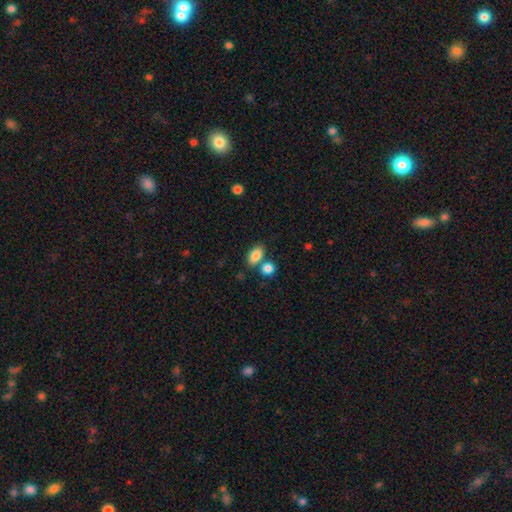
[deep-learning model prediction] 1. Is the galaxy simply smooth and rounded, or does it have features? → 84% smooth, 9% star or artifact, 7% featured or disk.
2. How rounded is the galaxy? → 86% in between, 11% round, 3% cigar-shaped.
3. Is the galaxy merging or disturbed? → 62% none, 23% merger, 12% minor disturbance, 4% major disturbance.